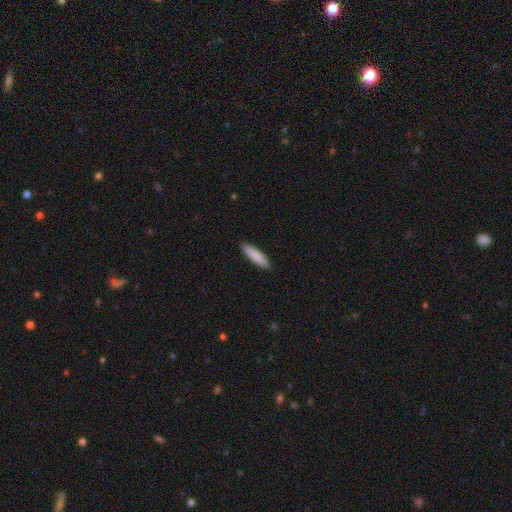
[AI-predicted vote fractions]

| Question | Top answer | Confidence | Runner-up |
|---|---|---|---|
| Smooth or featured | smooth | 87% | featured or disk (7%) |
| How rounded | cigar-shaped | 75% | in between (24%) |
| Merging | none | 91% | minor disturbance (6%) |